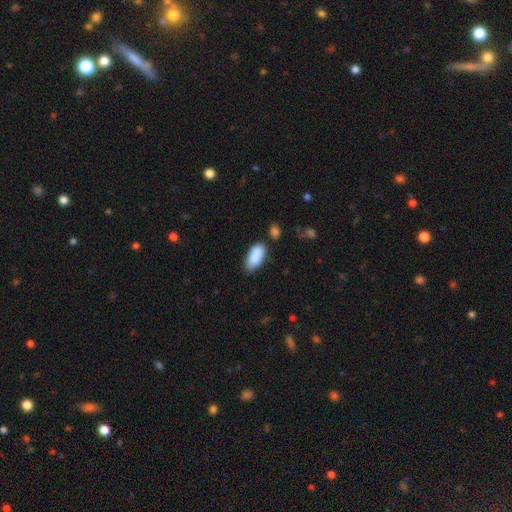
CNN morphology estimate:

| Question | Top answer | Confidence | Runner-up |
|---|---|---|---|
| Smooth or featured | smooth | 89% | star or artifact (6%) |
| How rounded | in between | 91% | cigar-shaped (7%) |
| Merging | none | 73% | minor disturbance (19%) |